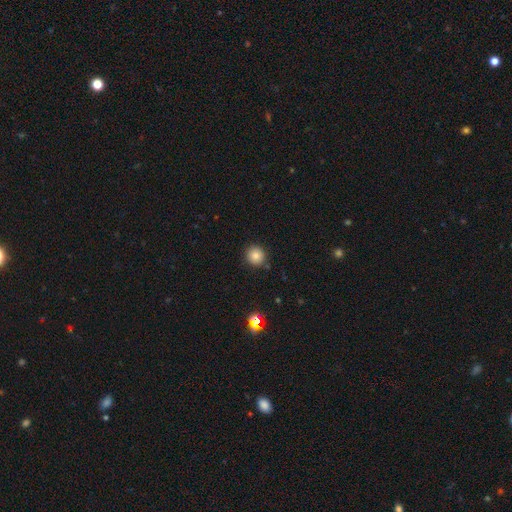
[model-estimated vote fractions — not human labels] smooth_or_featured: smooth (p=0.82) [alt: star or artifact p=0.12]
how_rounded: round (p=0.92) [alt: in between p=0.07]
merging: none (p=0.88) [alt: minor disturbance p=0.08]